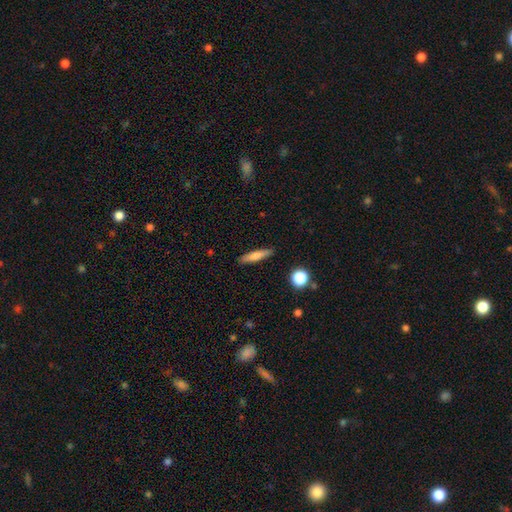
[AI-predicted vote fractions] This is likely a smooth galaxy (72%). How rounded: clearly cigar-shaped (84%). Merging: clearly none (89%).